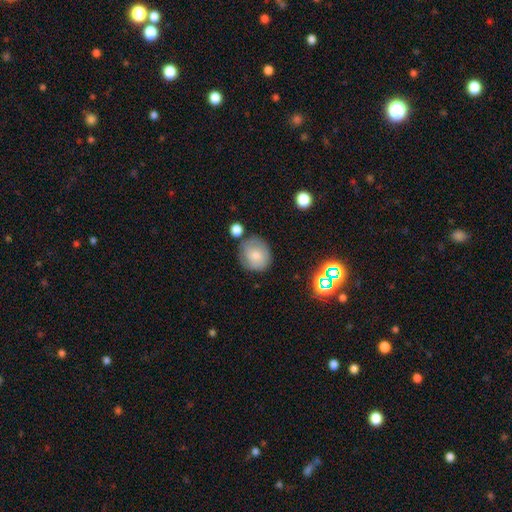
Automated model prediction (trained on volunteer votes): A smooth galaxy with no disk features (73%) that is round (79%).

Vote fractions:
- Smooth or featured? smooth: 73% / featured or disk: 18% / star or artifact: 9%
- How rounded? round: 79% / in between: 20% / cigar-shaped: 1%
- Merging? none: 69% / minor disturbance: 19% / merger: 7% / major disturbance: 5%